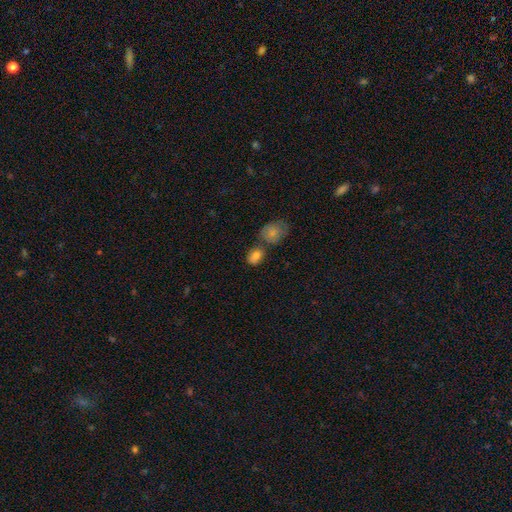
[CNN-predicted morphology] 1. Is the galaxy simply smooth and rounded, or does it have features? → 81% smooth, 10% featured or disk, 10% star or artifact.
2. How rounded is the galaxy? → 68% in between, 31% round, 2% cigar-shaped.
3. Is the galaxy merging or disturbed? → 53% none, 28% merger, 14% minor disturbance, 5% major disturbance.